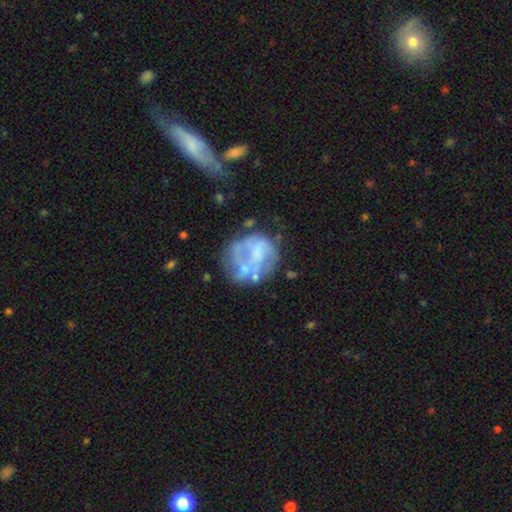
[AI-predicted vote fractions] Smooth or featured? Predicted: featured or disk (p=0.59). Edge-on disk? Predicted: no (p=0.98). Bar? Predicted: no (p=0.79). Spiral arms? Predicted: no (p=0.78). Bulge size? Predicted: none (p=0.49). Merging? Predicted: none (p=0.42).